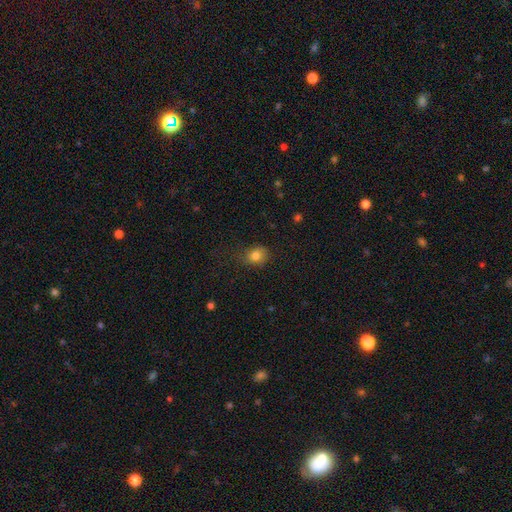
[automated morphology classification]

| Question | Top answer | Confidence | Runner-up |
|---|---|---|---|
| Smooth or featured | smooth | 81% | star or artifact (12%) |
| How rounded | round | 52% | in between (46%) |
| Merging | none | 70% | minor disturbance (22%) |